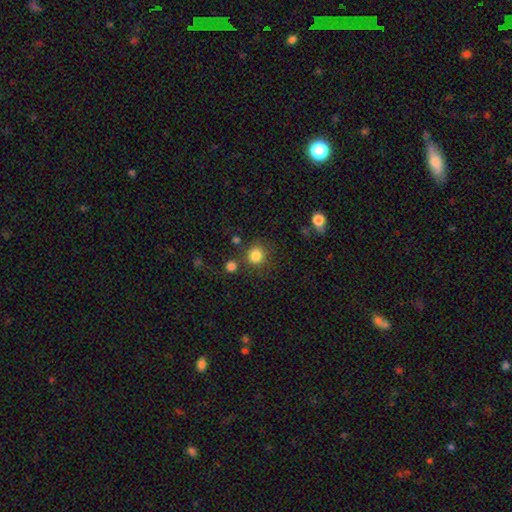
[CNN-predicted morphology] A smooth galaxy with no disk features (84%) that is round (89%). Merging: none (78%).